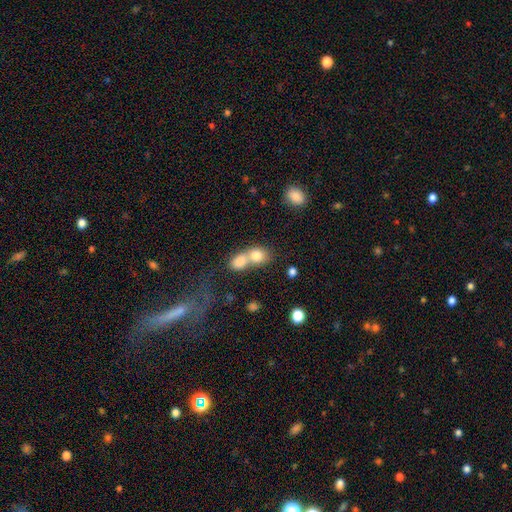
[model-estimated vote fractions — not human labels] This appears to be a smooth galaxy with no disk features (78%) that is round (53%). Merging: merger (71%).